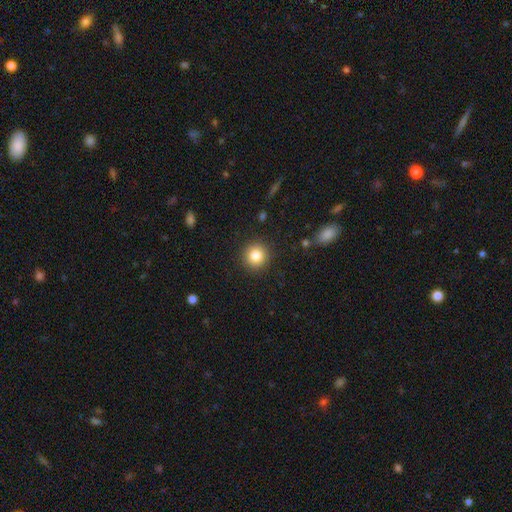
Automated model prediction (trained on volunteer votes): Smooth or featured?
  - smooth: 83% *
  - star or artifact: 10%
  - featured or disk: 7%
How rounded?
  - round: 93% *
  - in between: 6%
  - cigar-shaped: 1%
Merging?
  - none: 90% *
  - minor disturbance: 6%
  - major disturbance: 2%
  - merger: 1%